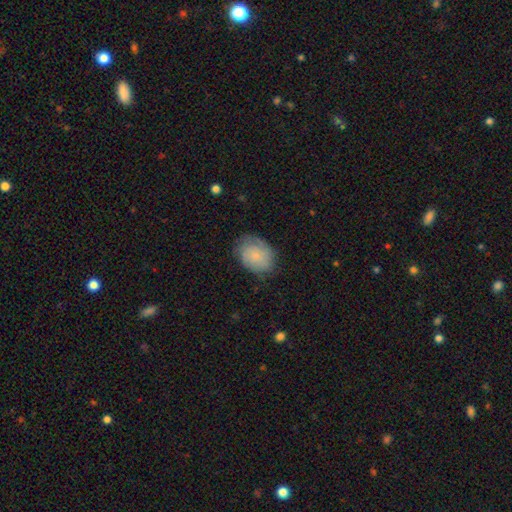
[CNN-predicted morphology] type=smooth (63%); roundness=in between (67%); merging=none (67%).